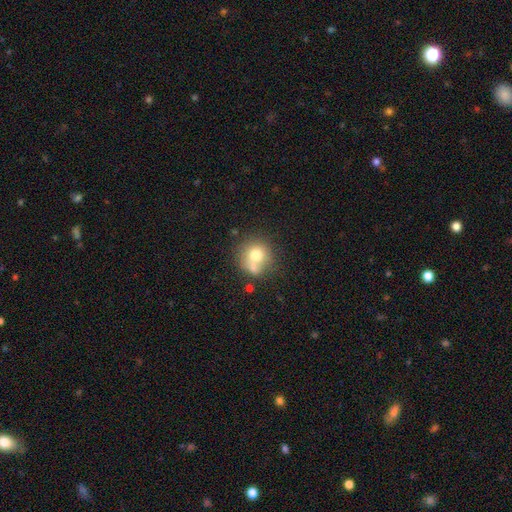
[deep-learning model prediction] smooth-or-featured: smooth: 69% | featured or disk: 20% | star or artifact: 11%
  how-rounded: round: 88% | in between: 11% | cigar-shaped: 1%
  merging: none: 50% | merger: 30% | minor disturbance: 14% | major disturbance: 6%